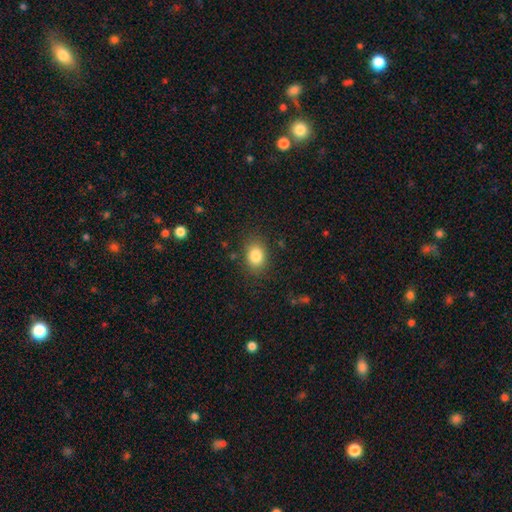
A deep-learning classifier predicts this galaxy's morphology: Smooth or featured? smooth (83%)
How rounded? in between (61%)
Merging? none (83%)